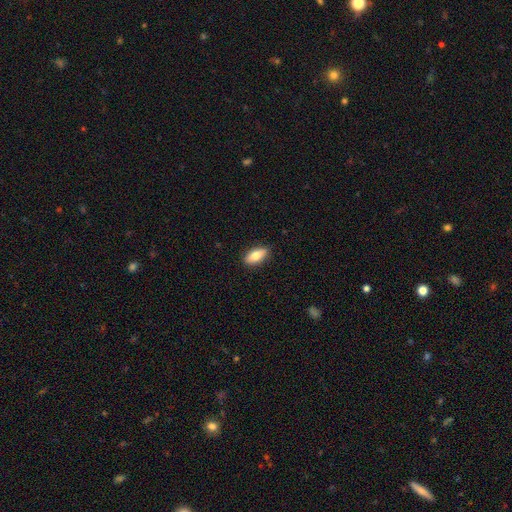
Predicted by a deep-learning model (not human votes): smooth-or-featured: smooth: 74% | featured or disk: 20% | star or artifact: 6%
  how-rounded: in between: 83% | cigar-shaped: 13% | round: 3%
  merging: none: 89% | minor disturbance: 8% | major disturbance: 2% | merger: 1%